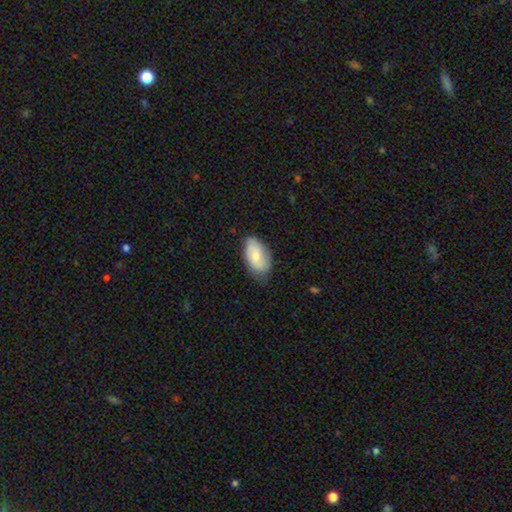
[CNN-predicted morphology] smooth_or_featured: smooth (p=0.68) [alt: featured or disk p=0.26]
how_rounded: in between (p=0.94) [alt: round p=0.04]
merging: none (p=0.66) [alt: minor disturbance p=0.28]